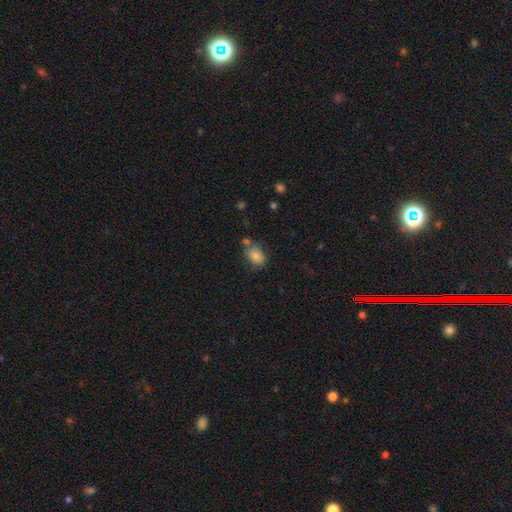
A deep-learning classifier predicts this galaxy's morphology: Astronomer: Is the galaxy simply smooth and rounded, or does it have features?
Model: smooth — 79%.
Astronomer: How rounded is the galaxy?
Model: in between — 81%.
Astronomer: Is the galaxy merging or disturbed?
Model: none — 64%.